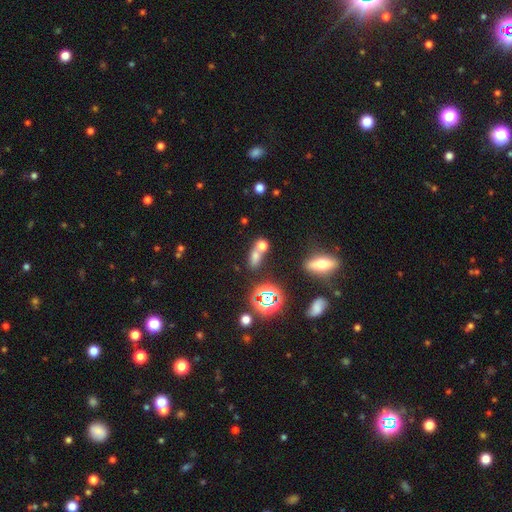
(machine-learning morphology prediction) smooth-or-featured: smooth: 59% | star or artifact: 27% | featured or disk: 14%
  how-rounded: in between: 55% | round: 37% | cigar-shaped: 8%
  merging: merger: 51% | none: 36% | minor disturbance: 8% | major disturbance: 5%